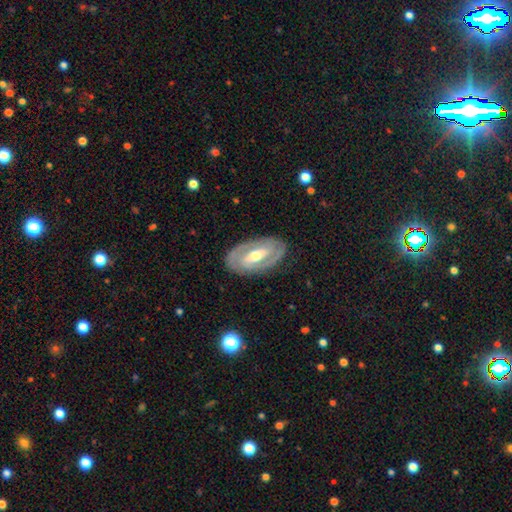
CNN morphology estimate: Smooth or featured? Predicted: featured or disk (p=0.81). Edge-on disk? Predicted: no (p=0.93). Bar? Predicted: strong (p=0.46). Spiral arms? Predicted: yes (p=0.77). Spiral winding? Predicted: tight (p=0.56). Spiral arm count? Predicted: 2 (p=0.81). Bulge size? Predicted: moderate (p=0.61). Merging? Predicted: none (p=0.86).